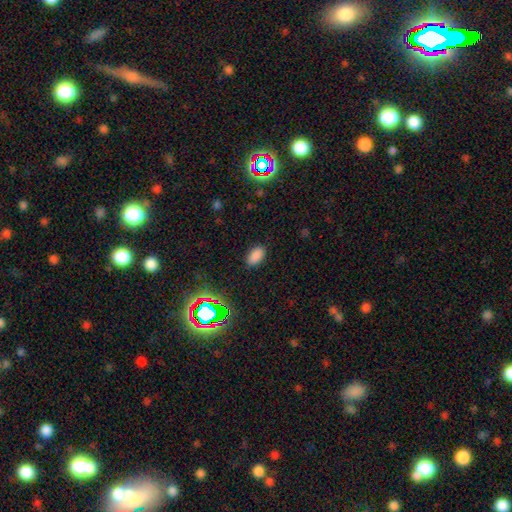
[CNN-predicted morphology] Smooth or featured?
  - smooth: 81% *
  - star or artifact: 14%
  - featured or disk: 4%
How rounded?
  - in between: 92% *
  - round: 6%
  - cigar-shaped: 2%
Merging?
  - none: 87% *
  - minor disturbance: 9%
  - major disturbance: 3%
  - merger: 1%